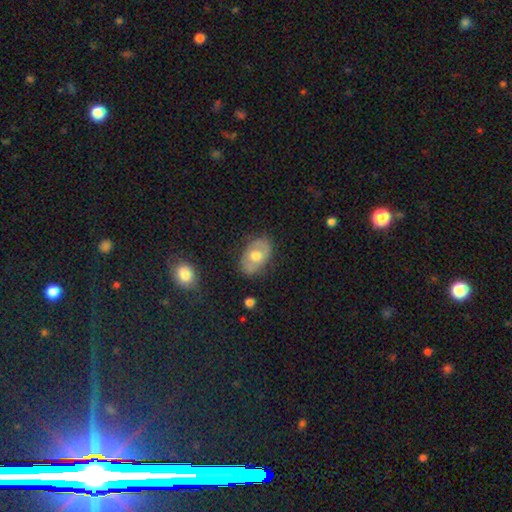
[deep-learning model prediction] This appears to be a smooth galaxy with no disk features (49%). Merging: none (75%).